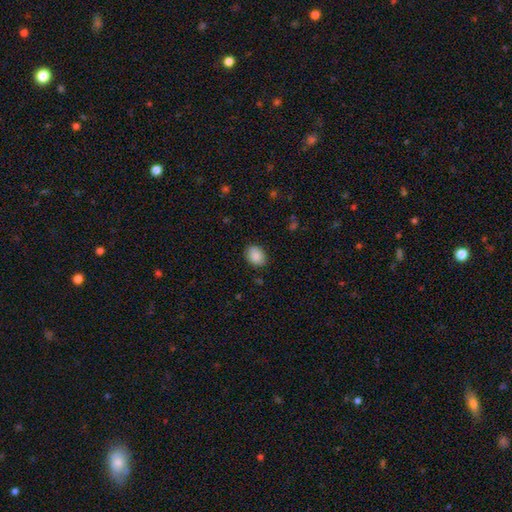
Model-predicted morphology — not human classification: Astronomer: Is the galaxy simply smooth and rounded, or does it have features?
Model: smooth — 88%.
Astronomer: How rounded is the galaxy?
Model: in between — 72%.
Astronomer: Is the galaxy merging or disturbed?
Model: none — 87%.